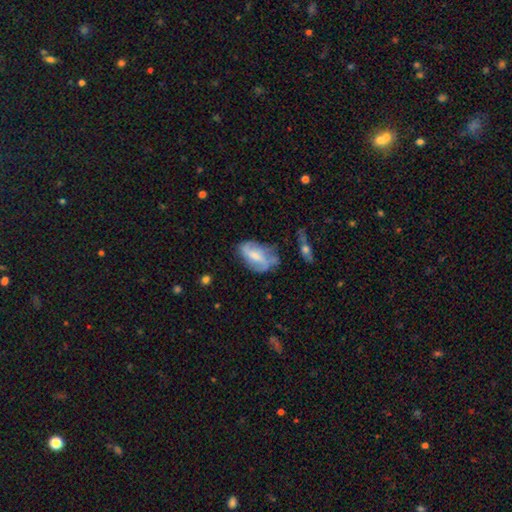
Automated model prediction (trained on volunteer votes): Smooth or featured: featured or disk — 55% (smooth — 37%)
Edge-on disk: no — 93% (yes — 7%)
Bar: weak — 42% (no — 35%)
Spiral arms: yes — 75% (no — 25%)
Bulge size: moderate — 40% (small — 35%)
Merging: none — 51% (minor disturbance — 29%)